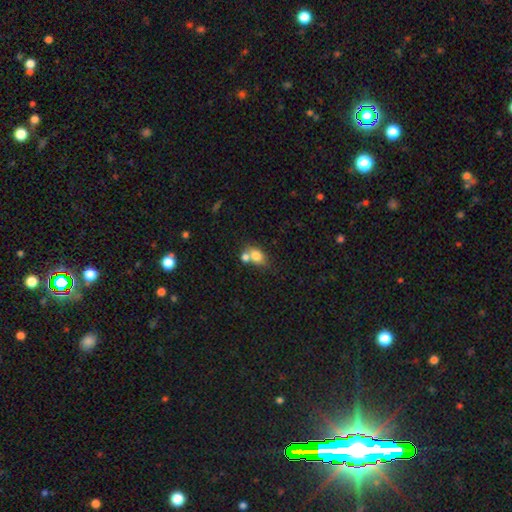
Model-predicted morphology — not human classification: type=smooth (76%); roundness=in between (66%); merging=merger (51%).